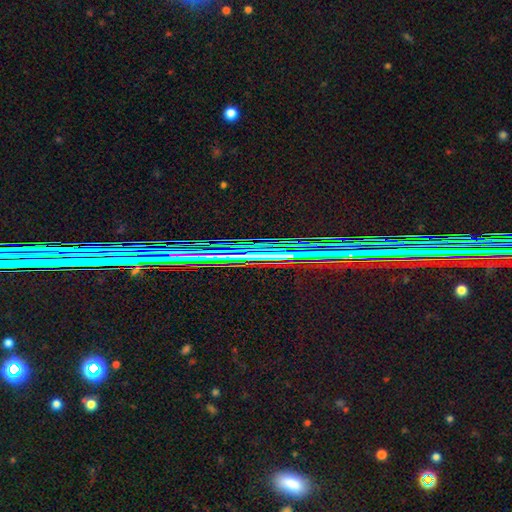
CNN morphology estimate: smooth-or-featured: star or artifact: 71% | featured or disk: 19% | smooth: 10%